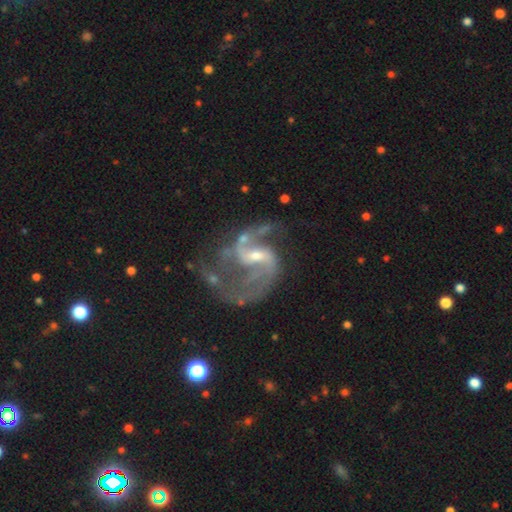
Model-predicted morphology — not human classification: Smooth or featured? featured or disk (91%)
Edge-on disk? no (98%)
Bar? weak (53%)
Spiral arms? yes (97%)
Spiral winding? medium (50%)
Spiral arm count? 2 (87%)
Bulge size? small (59%)
Merging? none (53%)